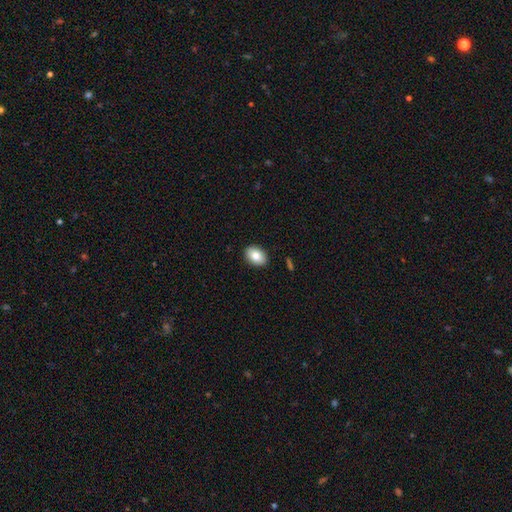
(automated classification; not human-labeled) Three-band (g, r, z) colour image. It shows a smooth galaxy with no disk features (83%) that is in between round and cigar-shaped (81%). Merging: none (90%).